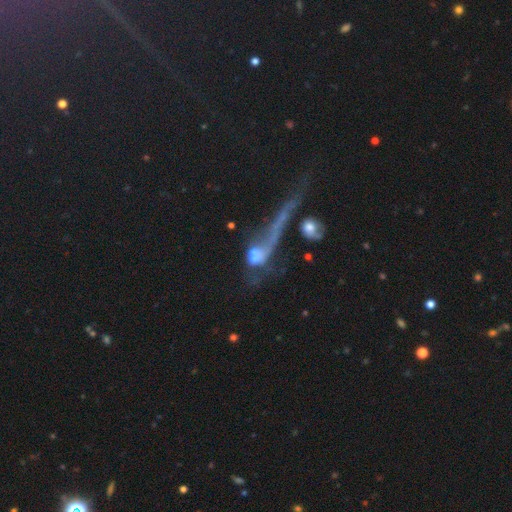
Smooth or featured? 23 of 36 (64%) said featured or disk. Edge-on disk? 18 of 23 (78%) said no. Bar? 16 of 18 (89%) said no. Spiral arms? 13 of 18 (72%) said no. Bulge size? 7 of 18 (39%) said moderate. Merging? 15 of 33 (45%) said major disturbance.